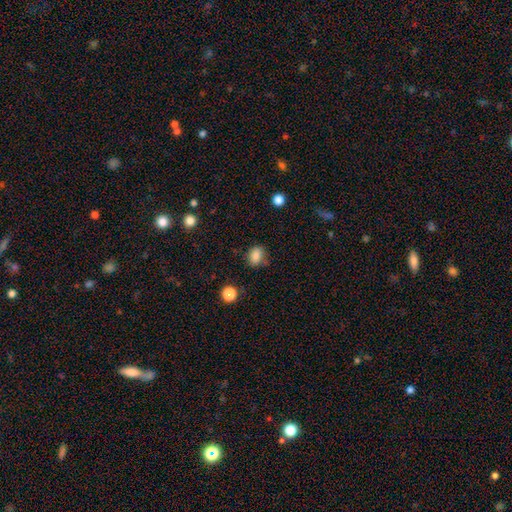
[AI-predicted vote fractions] Morphology: type=smooth (85%); roundness=in between (54%); merging=none (74%).